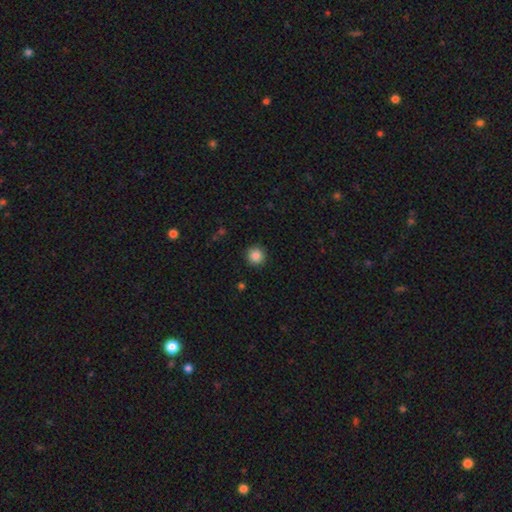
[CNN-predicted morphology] type=smooth (85%); roundness=round (95%); merging=none (91%).